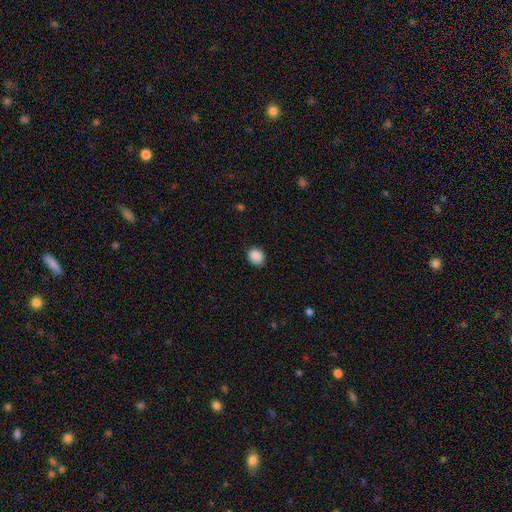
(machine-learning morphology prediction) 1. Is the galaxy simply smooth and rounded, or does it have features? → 89% smooth, 9% star or artifact, 3% featured or disk.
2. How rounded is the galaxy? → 66% round, 33% in between, 1% cigar-shaped.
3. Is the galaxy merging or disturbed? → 85% none, 12% minor disturbance, 2% major disturbance, 1% merger.